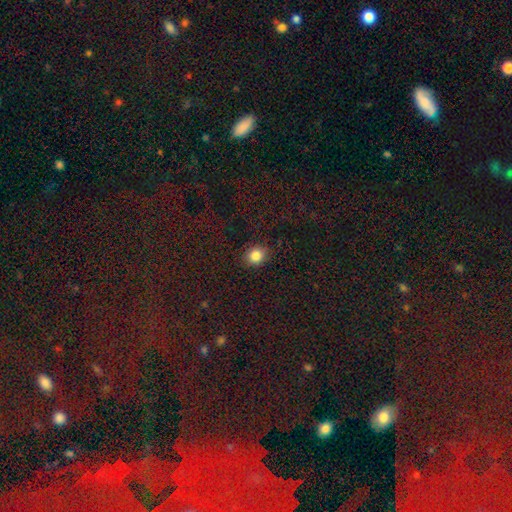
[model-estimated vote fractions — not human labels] Smooth or featured?
  - smooth: 82% *
  - star or artifact: 12%
  - featured or disk: 6%
How rounded?
  - round: 66% *
  - in between: 33%
  - cigar-shaped: 1%
Merging?
  - none: 87% *
  - minor disturbance: 9%
  - major disturbance: 3%
  - merger: 1%